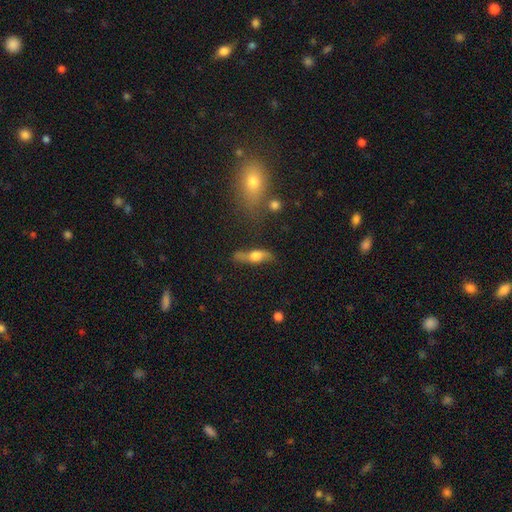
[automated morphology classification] Q: Smooth or featured?
A: featured or disk (51%); runner-up: smooth (41%)
Q: Edge-on disk?
A: yes (63%); runner-up: no (37%)
Q: Merging?
A: none (61%); runner-up: minor disturbance (23%)